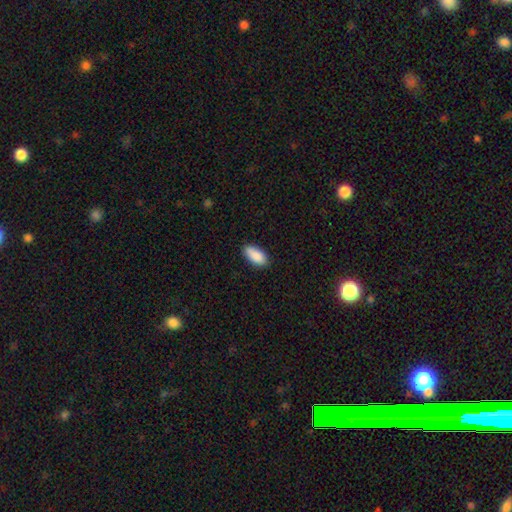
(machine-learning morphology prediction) smooth 90%, star or artifact 6%, featured or disk 4%. Down the decision tree: how rounded — in between (92%); merging — none (86%).